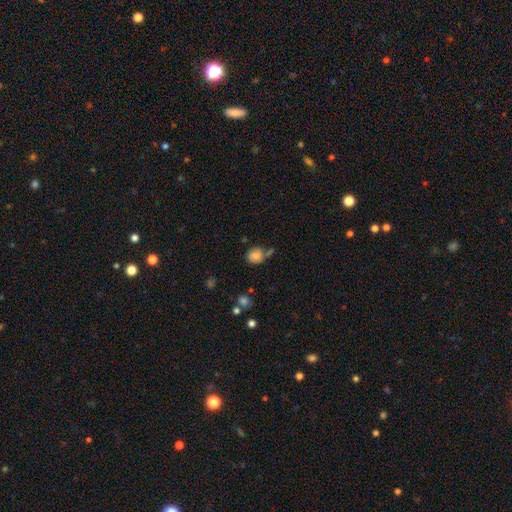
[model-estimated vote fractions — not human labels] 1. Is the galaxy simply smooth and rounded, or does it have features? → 71% smooth, 19% featured or disk, 10% star or artifact.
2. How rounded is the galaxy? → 70% round, 29% in between, 1% cigar-shaped.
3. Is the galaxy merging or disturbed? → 54% none, 21% minor disturbance, 16% merger, 9% major disturbance.